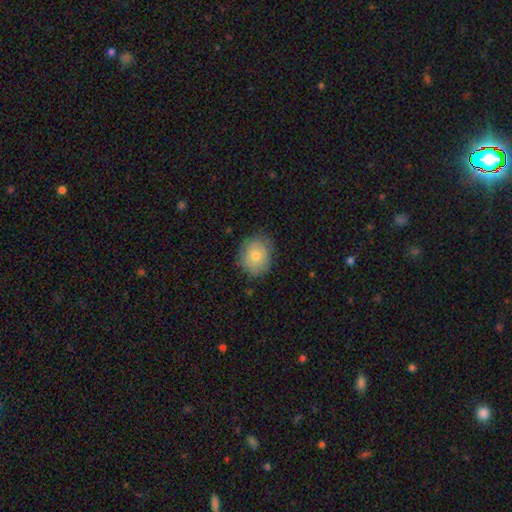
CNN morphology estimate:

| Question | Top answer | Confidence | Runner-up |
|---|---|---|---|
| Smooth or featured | smooth | 71% | featured or disk (21%) |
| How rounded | round | 67% | in between (32%) |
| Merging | none | 78% | minor disturbance (17%) |